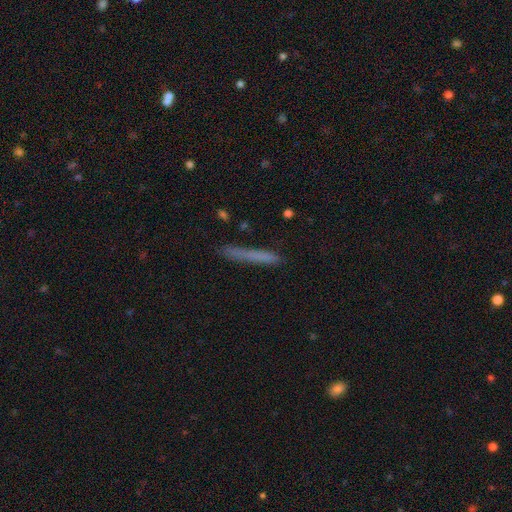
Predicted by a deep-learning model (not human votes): A smooth galaxy with no disk features (70%) that is cigar-shaped (96%).

Vote fractions:
- Smooth or featured? smooth: 70% / featured or disk: 22% / star or artifact: 9%
- How rounded? cigar-shaped: 96% / in between: 3% / round: 1%
- Merging? none: 84% / minor disturbance: 12% / major disturbance: 3% / merger: 2%